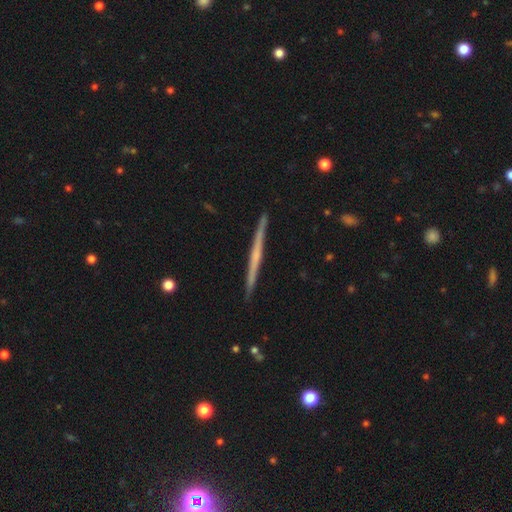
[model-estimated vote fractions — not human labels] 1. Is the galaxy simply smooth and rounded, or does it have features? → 66% featured or disk, 29% smooth, 5% star or artifact.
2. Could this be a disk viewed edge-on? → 98% yes, 2% no.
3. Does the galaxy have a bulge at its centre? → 76% none, 18% rounded, 6% boxy.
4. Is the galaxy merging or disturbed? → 92% none, 6% minor disturbance, 1% major disturbance, 1% merger.